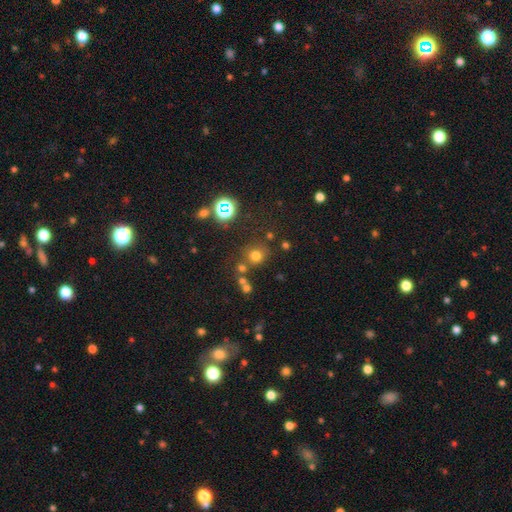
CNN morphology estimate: Smooth or featured?
  - smooth: 67% *
  - star or artifact: 25%
  - featured or disk: 8%
How rounded?
  - round: 87% *
  - in between: 12%
  - cigar-shaped: 1%
Merging?
  - none: 72% *
  - merger: 12%
  - minor disturbance: 11%
  - major disturbance: 5%